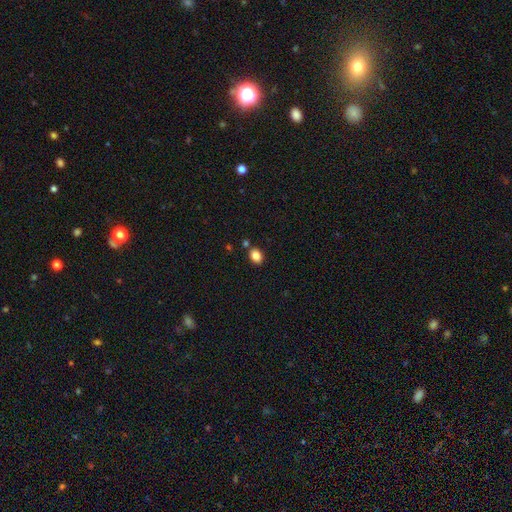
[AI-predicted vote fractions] This is clearly a smooth galaxy (85%). How rounded: possibly in between (58%). Merging: clearly none (82%).